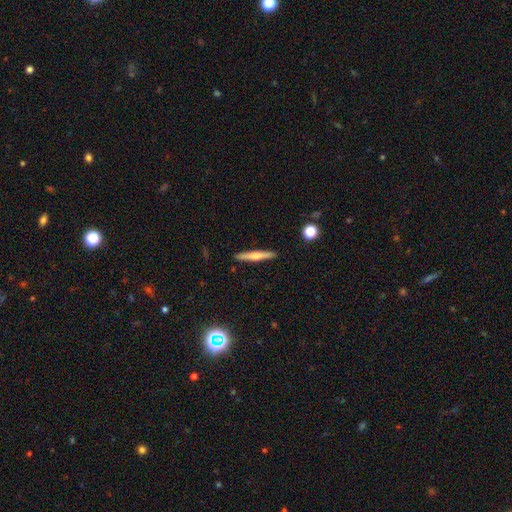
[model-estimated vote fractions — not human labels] A smooth galaxy with no disk features (54%) that is cigar-shaped (94%).

Vote fractions:
- Smooth or featured? smooth: 54% / featured or disk: 40% / star or artifact: 6%
- How rounded? cigar-shaped: 94% / in between: 4% / round: 2%
- Merging? none: 91% / minor disturbance: 6% / merger: 1% / major disturbance: 1%